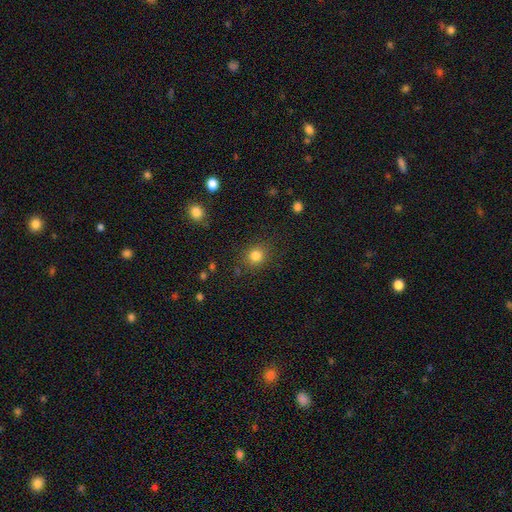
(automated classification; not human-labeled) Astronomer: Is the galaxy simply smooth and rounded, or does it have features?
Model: smooth — 82%.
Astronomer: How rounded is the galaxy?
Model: round — 82%.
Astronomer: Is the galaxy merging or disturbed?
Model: none — 85%.